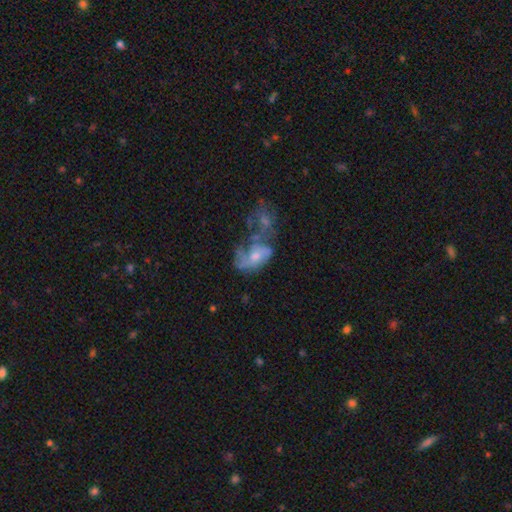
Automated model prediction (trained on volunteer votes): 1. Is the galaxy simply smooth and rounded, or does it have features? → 58% featured or disk, 33% smooth, 9% star or artifact.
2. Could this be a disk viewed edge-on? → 96% no, 4% yes.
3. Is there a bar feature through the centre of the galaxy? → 78% no, 18% weak, 3% strong.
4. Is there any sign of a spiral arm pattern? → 51% no, 49% yes.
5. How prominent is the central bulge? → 54% moderate, 32% small, 8% none, 6% large, 1% dominant.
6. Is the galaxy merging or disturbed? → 36% merger, 29% major disturbance, 20% none, 16% minor disturbance.